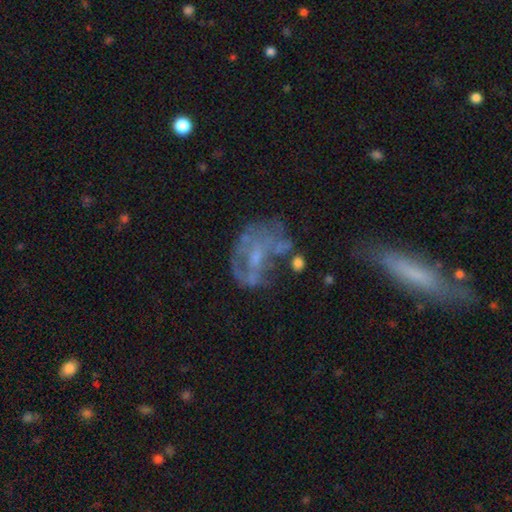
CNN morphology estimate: type=featured or disk (64%); edge-on=no (95%); bar=no (64%); spiral arms=no (54%); bulge=small (48%); merging=none (37%).